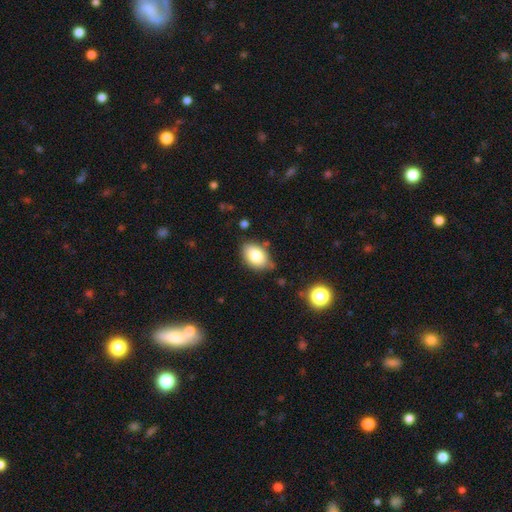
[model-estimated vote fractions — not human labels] This appears to be a smooth galaxy with no disk features (82%) that is in between round and cigar-shaped (86%). Merging: none (78%).